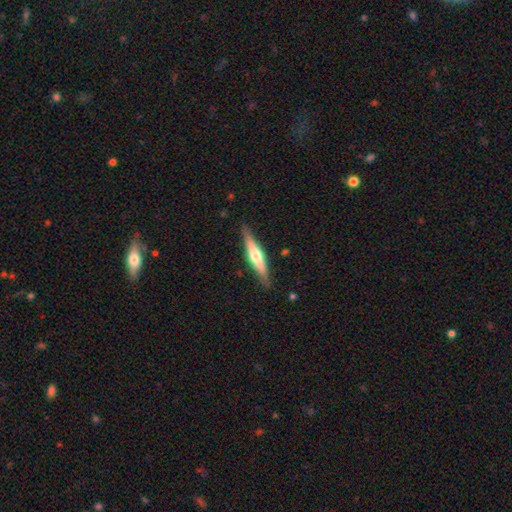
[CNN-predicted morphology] Overall: featured or disk (63%; smooth 32%). Edge-on disk: yes (96%). Edge-on bulge: rounded (88%). Merging: none (88%).